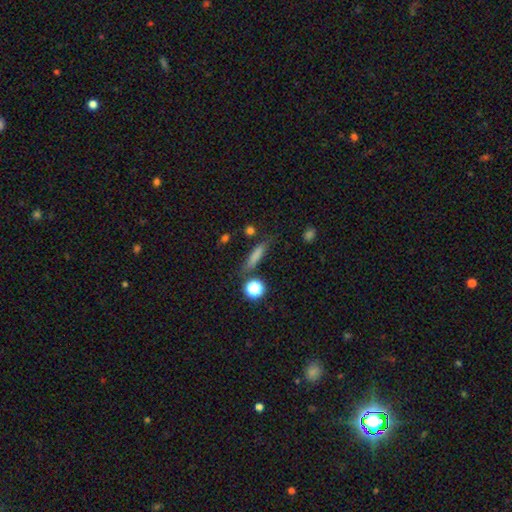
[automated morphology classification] Q: Smooth or featured?
A: smooth (76%); runner-up: featured or disk (13%)
Q: How rounded?
A: cigar-shaped (75%); runner-up: in between (18%)
Q: Merging?
A: none (77%); runner-up: minor disturbance (14%)